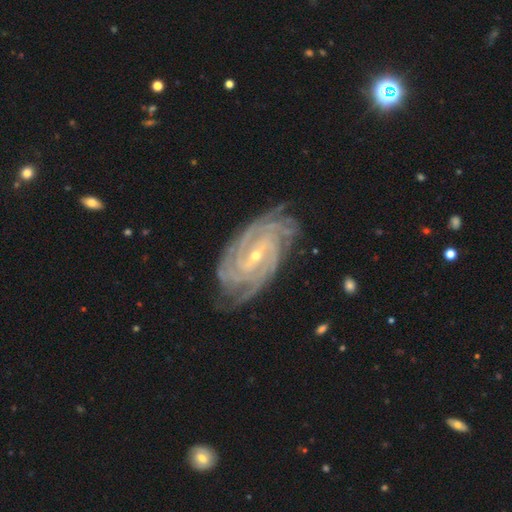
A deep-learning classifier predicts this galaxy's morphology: featured or disk 93%, star or artifact 4%, smooth 3%. Down the decision tree: edge-on disk — no (97%); bar — weak (44%); spiral arms — yes (99%); spiral arm count — 4 (34%); spiral winding — tight (80%); bulge size — small (72%); merging — none (78%).